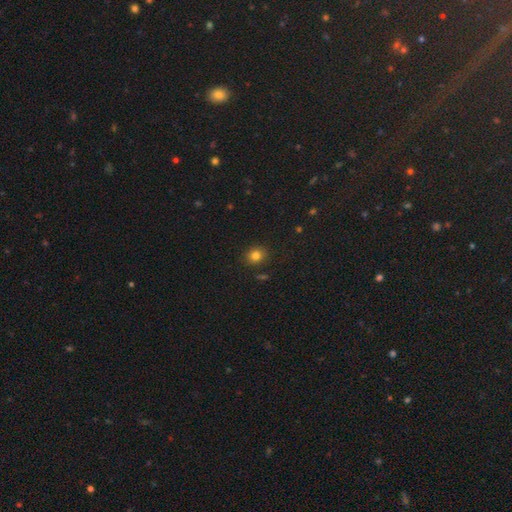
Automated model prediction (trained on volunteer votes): Smooth or featured? smooth (80%)
How rounded? round (72%)
Merging? none (86%)